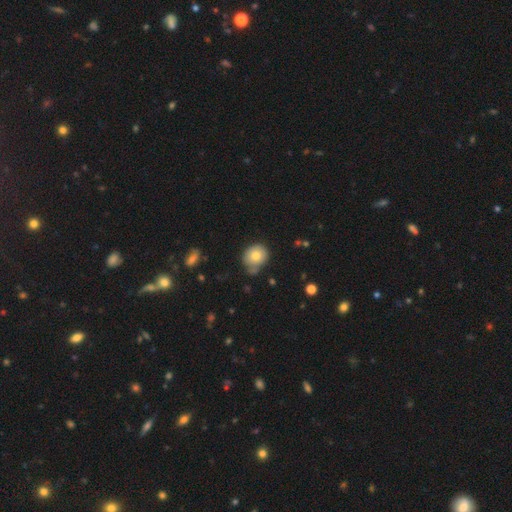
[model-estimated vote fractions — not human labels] This is likely a smooth galaxy (78%). How rounded: likely round (75%). Merging: likely none (66%).